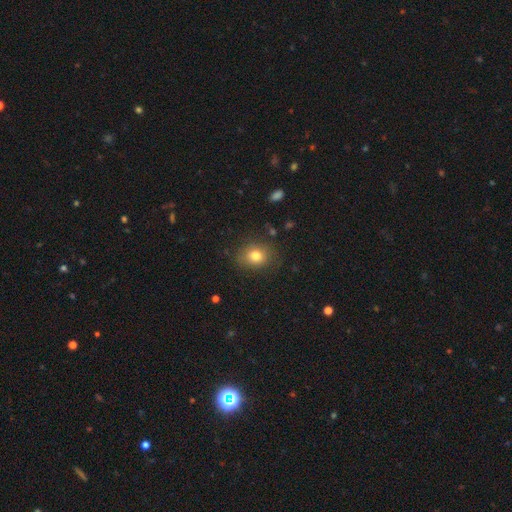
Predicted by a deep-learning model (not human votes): Smooth or featured: smooth — 78% (star or artifact — 12%)
How rounded: round — 57% (in between — 42%)
Merging: none — 81% (minor disturbance — 13%)